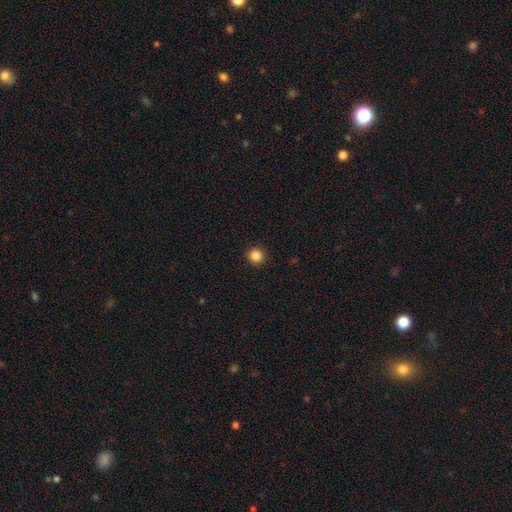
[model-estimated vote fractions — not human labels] A smooth galaxy with no disk features (85%) that is round (95%). Merging: none (93%).